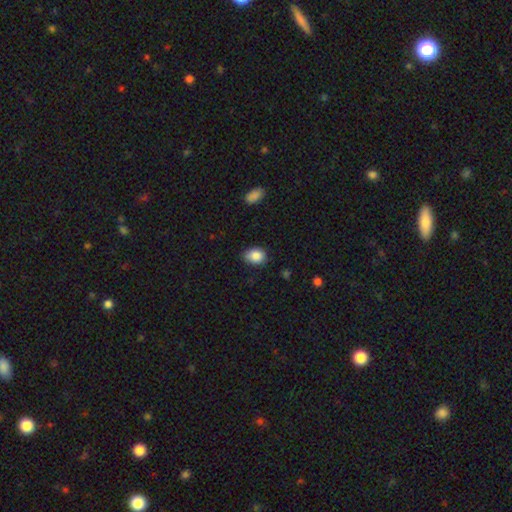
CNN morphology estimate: This is clearly a smooth galaxy (86%). How rounded: possibly in between (57%). Merging: likely none (71%).